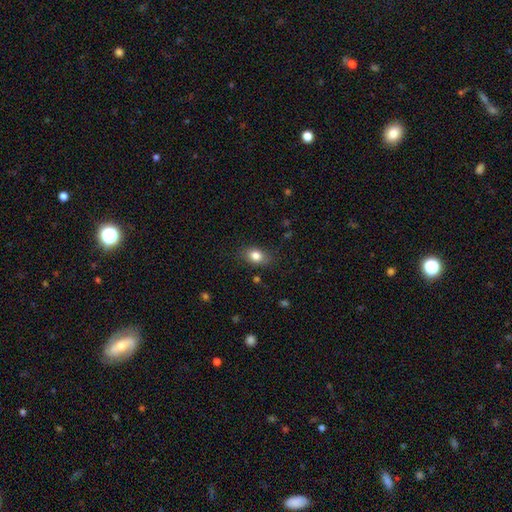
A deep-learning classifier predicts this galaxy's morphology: Overall: smooth (82%). How rounded: in between (71%). Merging: none (80%).